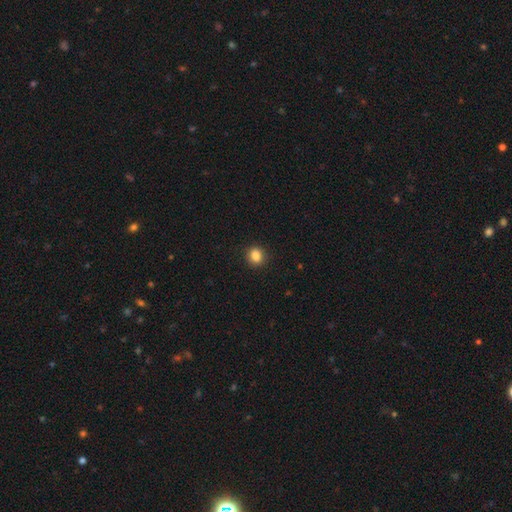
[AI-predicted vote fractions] smooth-or-featured: smooth: 86% | star or artifact: 10% | featured or disk: 4%
  how-rounded: round: 80% | in between: 19% | cigar-shaped: 1%
  merging: none: 92% | minor disturbance: 5% | major disturbance: 2% | merger: 1%